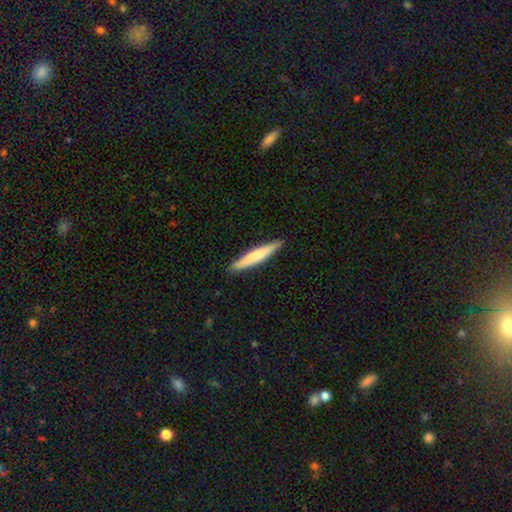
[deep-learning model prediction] Overall: smooth (66%; featured or disk 29%). How rounded: cigar-shaped (94%). Merging: none (90%).